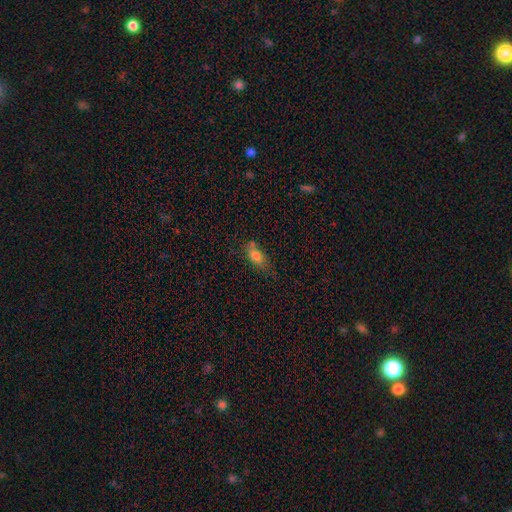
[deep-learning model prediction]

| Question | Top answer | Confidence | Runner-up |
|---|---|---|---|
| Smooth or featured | smooth | 77% | featured or disk (13%) |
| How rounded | in between | 80% | cigar-shaped (11%) |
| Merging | none | 51% | minor disturbance (24%) |